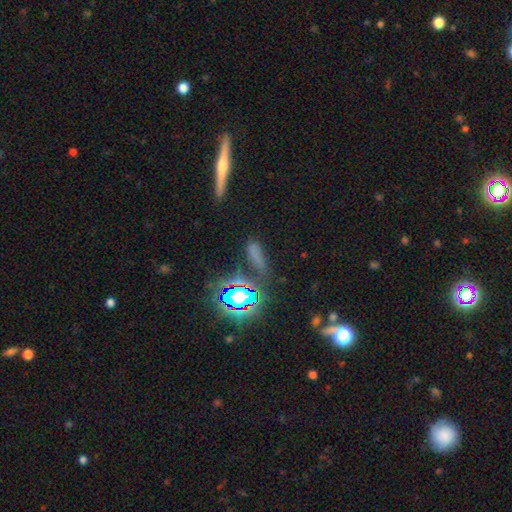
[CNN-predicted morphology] type=smooth (52%); roundness=cigar-shaped (48%); merging=none (59%).